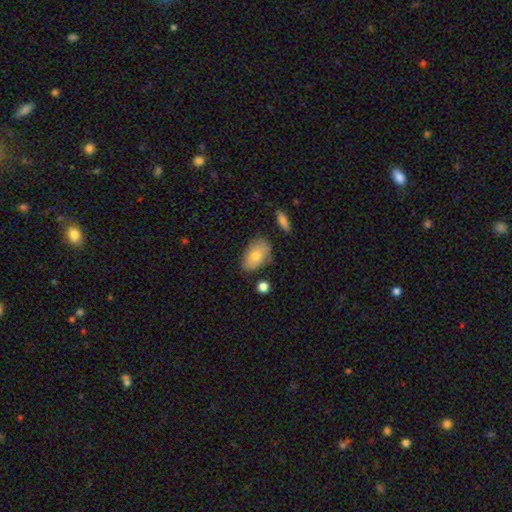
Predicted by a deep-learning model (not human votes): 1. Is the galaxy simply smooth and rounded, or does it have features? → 76% smooth, 17% featured or disk, 7% star or artifact.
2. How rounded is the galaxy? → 90% in between, 8% round, 2% cigar-shaped.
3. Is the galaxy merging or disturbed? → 69% none, 22% minor disturbance, 5% major disturbance, 4% merger.